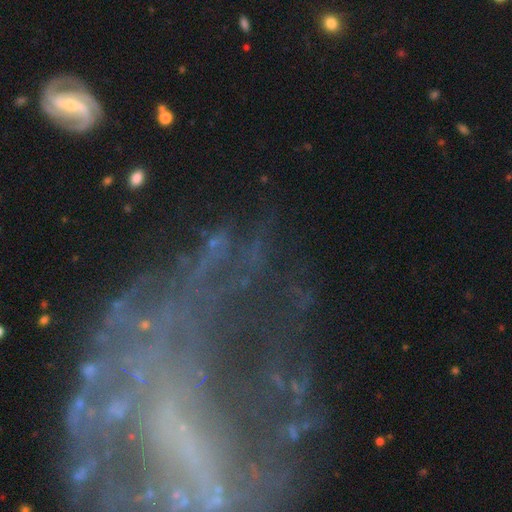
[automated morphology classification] Q: Smooth or featured?
A: featured or disk (65%); runner-up: star or artifact (23%)
Q: Edge-on disk?
A: no (90%); runner-up: yes (10%)
Q: Bar?
A: no (45%); runner-up: strong (28%)
Q: Spiral arms?
A: yes (75%); runner-up: no (25%)
Q: Bulge size?
A: small (49%); runner-up: moderate (22%)
Q: Merging?
A: none (62%); runner-up: major disturbance (17%)